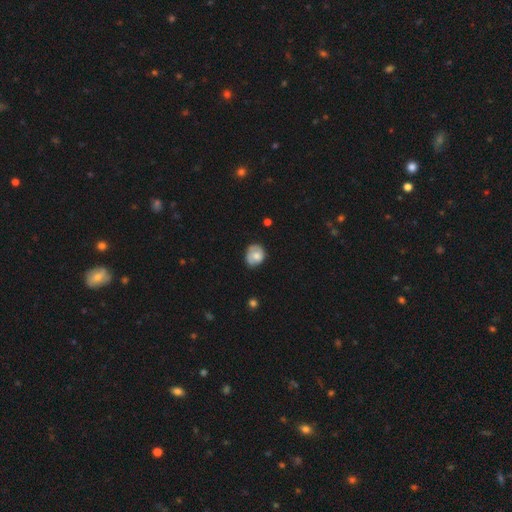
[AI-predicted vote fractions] Morphology: type=smooth (63%); roundness=round (65%); merging=none (59%).